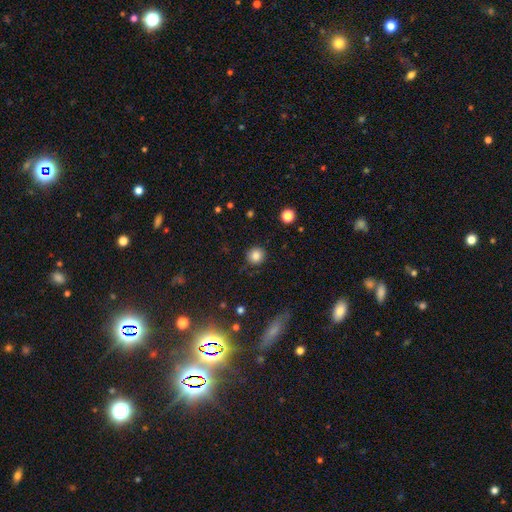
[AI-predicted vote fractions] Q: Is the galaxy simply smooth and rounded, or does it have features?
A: smooth — 84%.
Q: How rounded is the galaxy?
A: round — 92%.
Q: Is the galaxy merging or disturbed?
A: none — 89%.